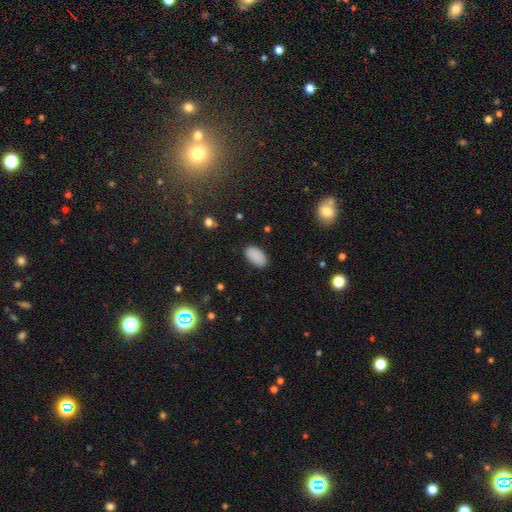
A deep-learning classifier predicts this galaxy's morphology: This is clearly a smooth galaxy (89%). How rounded: clearly in between (95%). Merging: clearly none (88%).